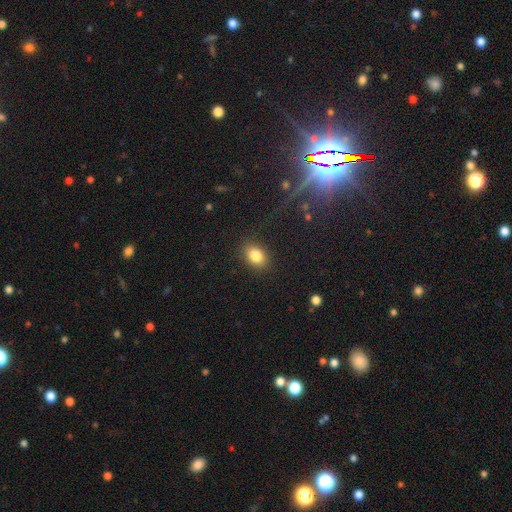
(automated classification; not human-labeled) smooth_or_featured: smooth (p=0.84) [alt: star or artifact p=0.09]
how_rounded: in between (p=0.78) [alt: round p=0.21]
merging: none (p=0.86) [alt: minor disturbance p=0.10]